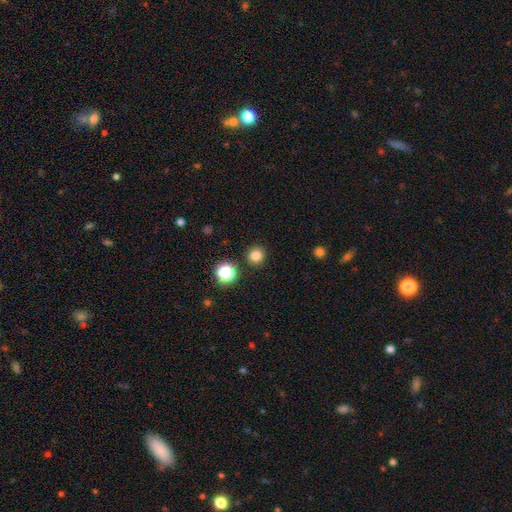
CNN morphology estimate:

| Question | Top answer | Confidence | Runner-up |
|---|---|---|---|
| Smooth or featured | smooth | 81% | star or artifact (14%) |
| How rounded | round | 93% | in between (6%) |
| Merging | none | 90% | minor disturbance (5%) |